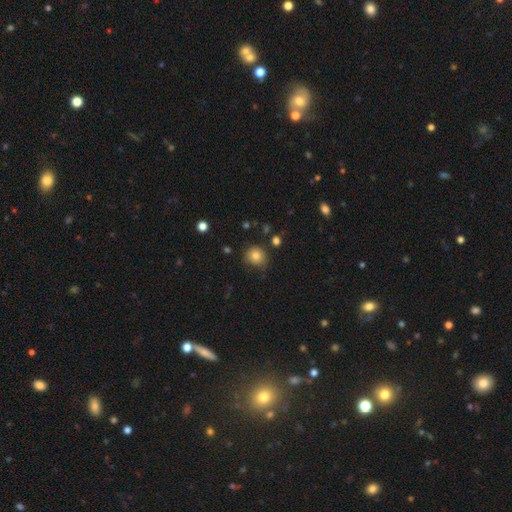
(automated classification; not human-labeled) smooth 81%, star or artifact 11%, featured or disk 8%. Down the decision tree: how rounded — round (84%); merging — none (77%).